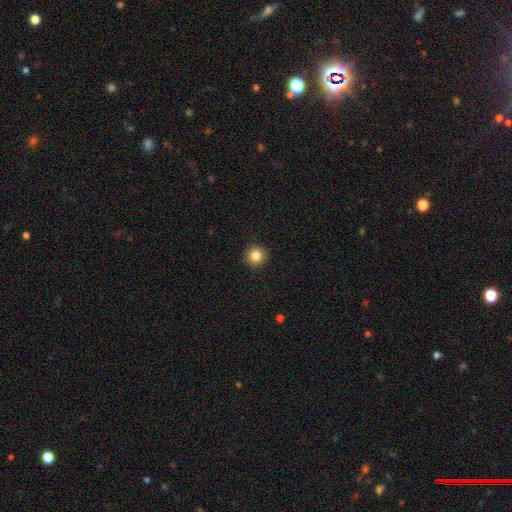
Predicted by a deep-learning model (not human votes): Smooth or featured? smooth (84%)
How rounded? round (95%)
Merging? none (93%)